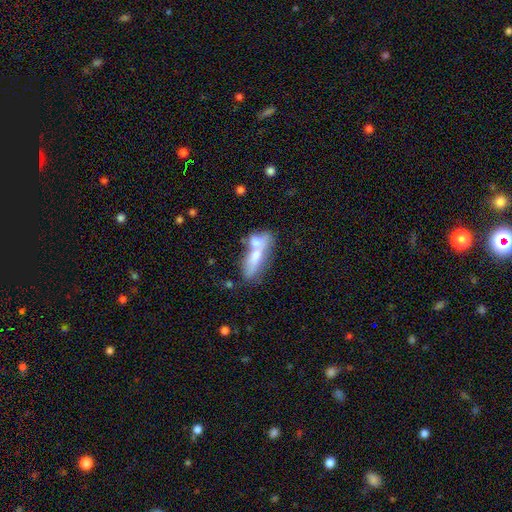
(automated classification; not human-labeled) The model was most divided on "smooth or featured": smooth: 57%, featured or disk: 34%, star or artifact: 9%. More confident: how rounded — in between (60%); merging — merger (60%).